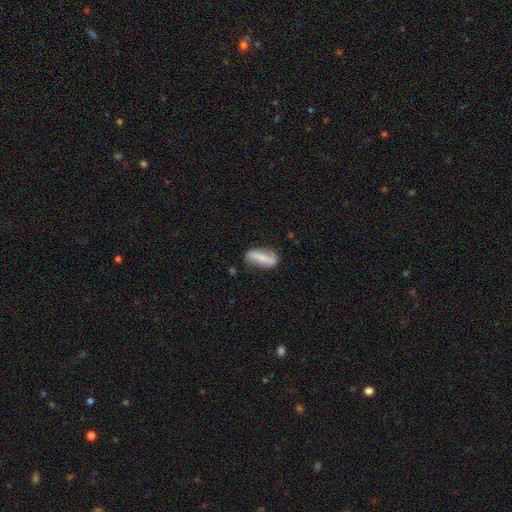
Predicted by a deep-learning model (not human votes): featured or disk 51%, smooth 42%, star or artifact 7%. Down the decision tree: edge-on disk — no (78%); merging — none (73%).